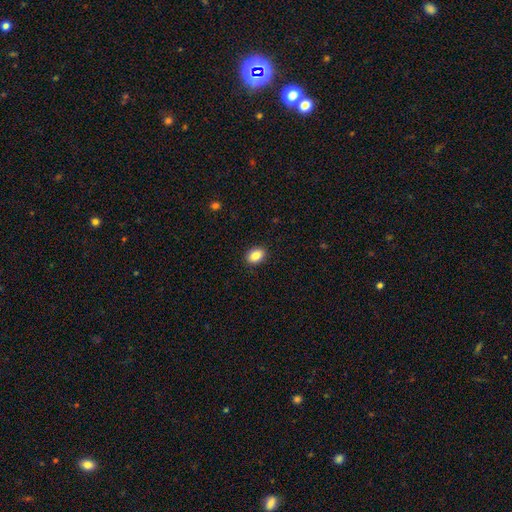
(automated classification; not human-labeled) This is clearly a smooth galaxy (86%). How rounded: likely in between (70%). Merging: clearly none (90%).